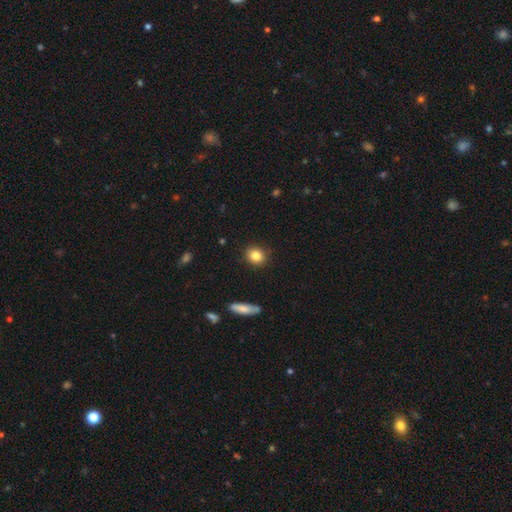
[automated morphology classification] Smooth or featured?
  - smooth: 84% *
  - star or artifact: 9%
  - featured or disk: 7%
How rounded?
  - round: 71% *
  - in between: 27%
  - cigar-shaped: 2%
Merging?
  - none: 89% *
  - minor disturbance: 8%
  - major disturbance: 2%
  - merger: 1%